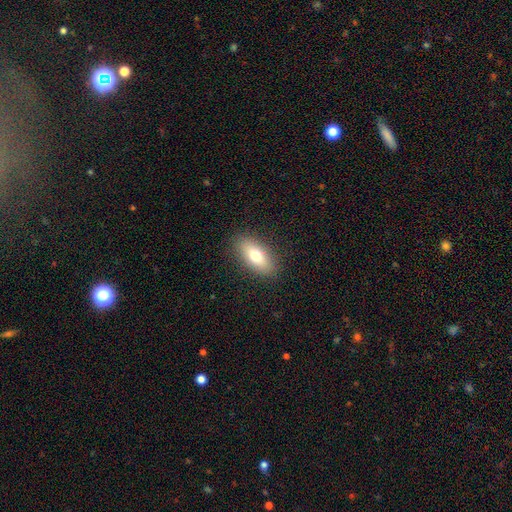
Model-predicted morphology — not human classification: Smooth or featured? Predicted: smooth (p=0.74). How rounded? Predicted: in between (p=0.84). Merging? Predicted: none (p=0.88).